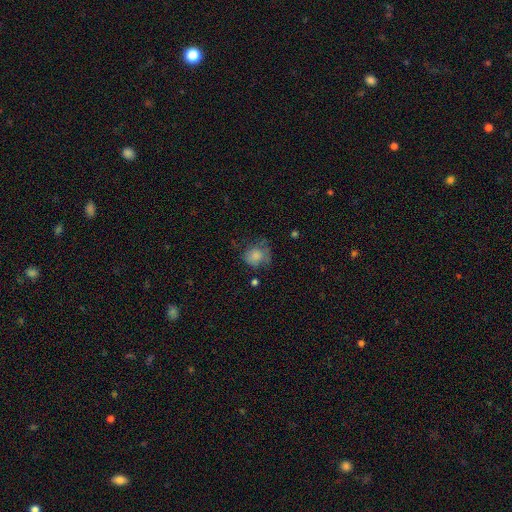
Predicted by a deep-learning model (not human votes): Smooth or featured: smooth — 75% (featured or disk — 15%)
How rounded: round — 76% (in between — 23%)
Merging: none — 48% (minor disturbance — 30%)